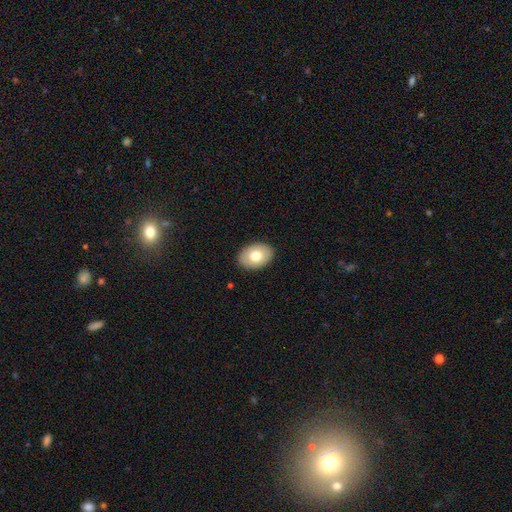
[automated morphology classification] A smooth galaxy with no disk features (72%) that is in between round and cigar-shaped (81%). Merging: none (89%).